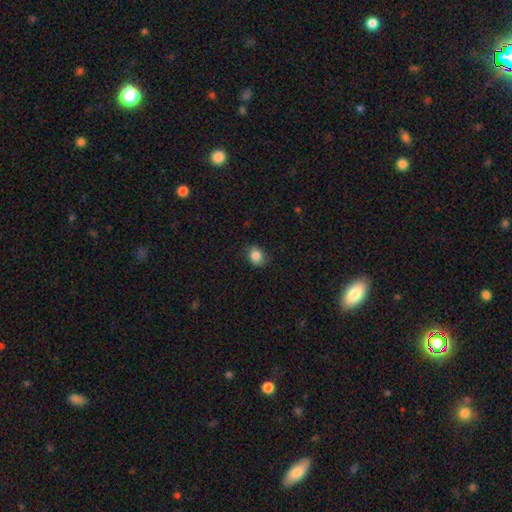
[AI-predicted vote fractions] smooth 85%, star or artifact 9%, featured or disk 6%. Down the decision tree: how rounded — round (55%); merging — none (79%).